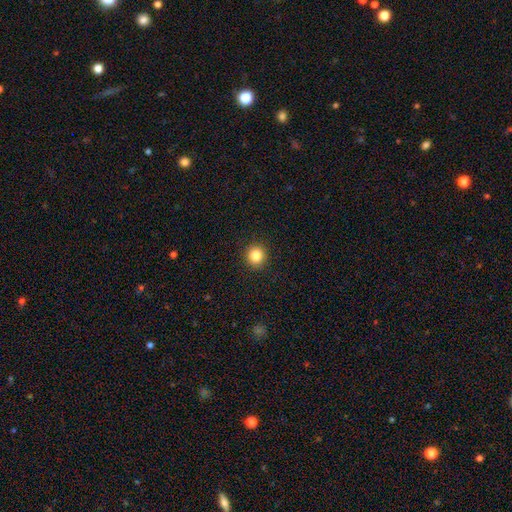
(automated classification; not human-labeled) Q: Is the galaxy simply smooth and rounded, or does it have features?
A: smooth — 84%.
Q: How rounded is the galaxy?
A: round — 91%.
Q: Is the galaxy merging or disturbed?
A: none — 92%.